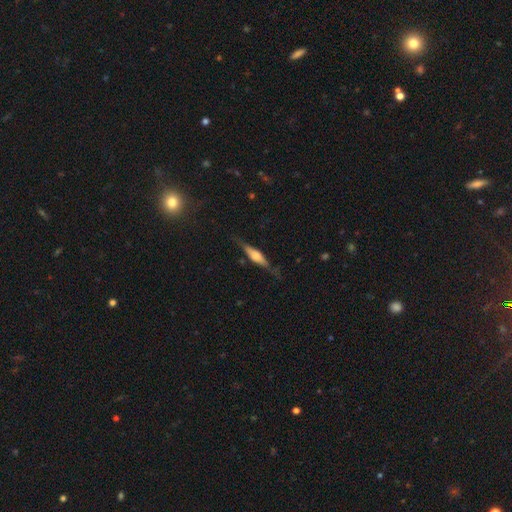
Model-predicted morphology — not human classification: A featured or disk galaxy (64%) viewed edge-on (95%) with a rounded central bulge (68%).

Vote fractions:
- Smooth or featured? featured or disk: 64% / smooth: 29% / star or artifact: 7%
- Edge-on disk? yes: 95% / no: 5%
- Edge-on bulge? rounded: 68% / boxy: 27% / none: 5%
- Merging? none: 79% / minor disturbance: 15% / major disturbance: 5% / merger: 1%